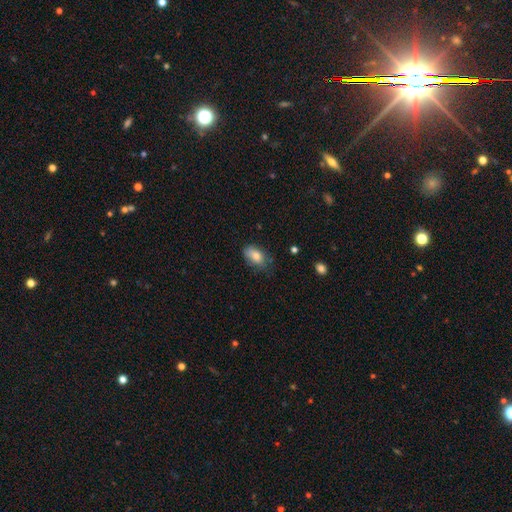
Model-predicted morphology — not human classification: type=smooth (81%); roundness=in between (90%); merging=none (61%).